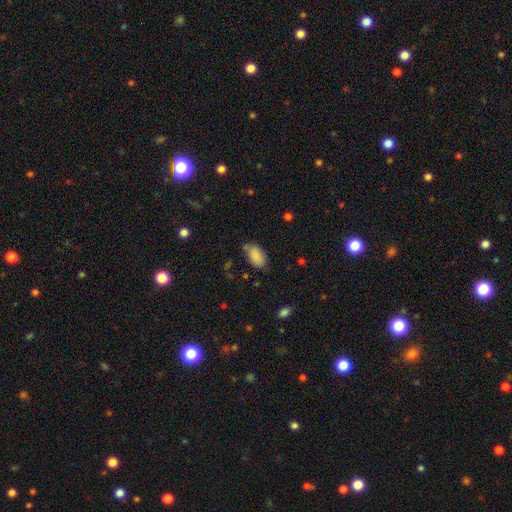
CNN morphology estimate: Smooth or featured? smooth (87%)
How rounded? in between (94%)
Merging? none (69%)